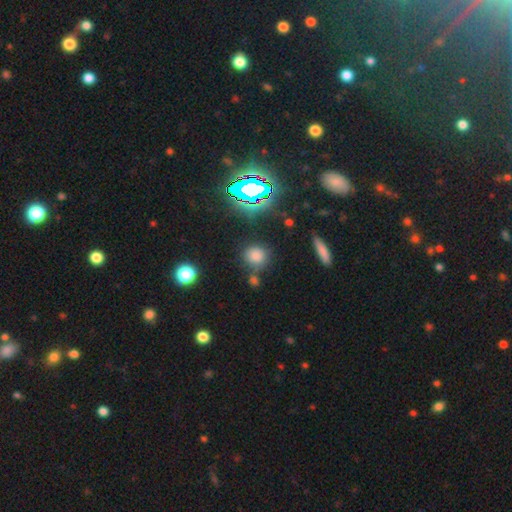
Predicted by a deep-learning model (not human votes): Overall: smooth (71%). How rounded: round (84%). Merging: none (75%).